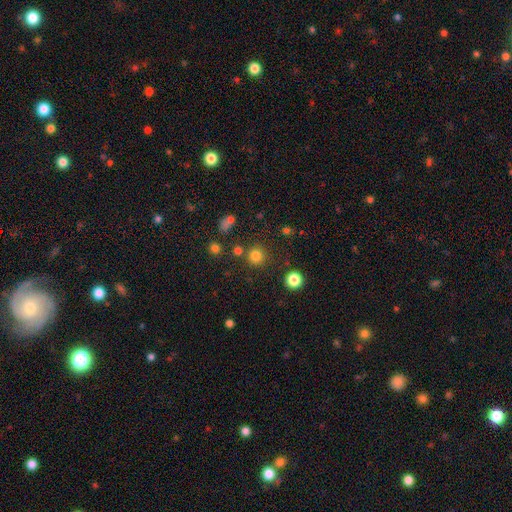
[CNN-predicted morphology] The model was most divided on "smooth or featured": smooth: 79%, star or artifact: 15%, featured or disk: 5%. More confident: how rounded — round (93%); merging — none (83%).